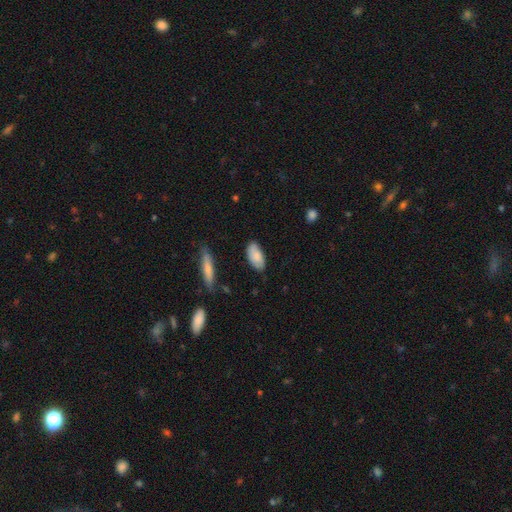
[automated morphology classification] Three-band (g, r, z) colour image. It shows a smooth galaxy with no disk features (81%) that is in between round and cigar-shaped (91%). Merging: none (78%).